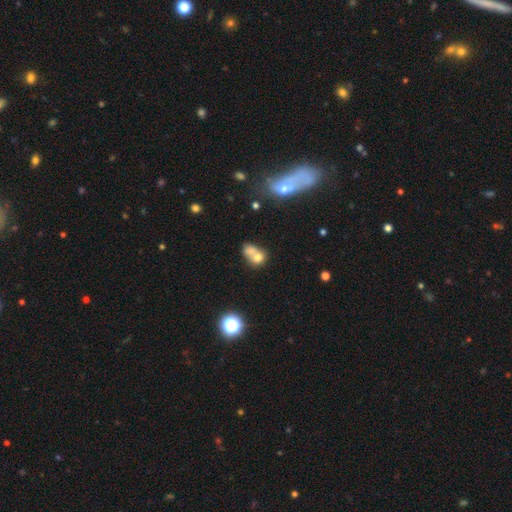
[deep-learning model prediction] A smooth galaxy with no disk features (68%) that is round (53%).

Vote fractions:
- Smooth or featured? smooth: 68% / featured or disk: 19% / star or artifact: 13%
- How rounded? round: 53% / in between: 46% / cigar-shaped: 2%
- Merging? merger: 67% / none: 21% / minor disturbance: 7% / major disturbance: 5%